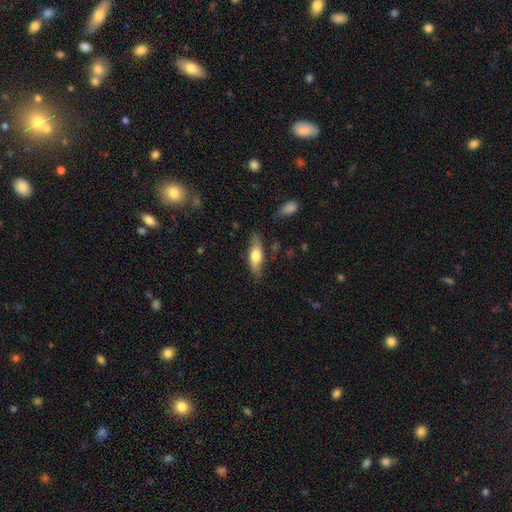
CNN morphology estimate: smooth 65%, featured or disk 29%, star or artifact 6%. Down the decision tree: how rounded — in between (55%); merging — none (76%).